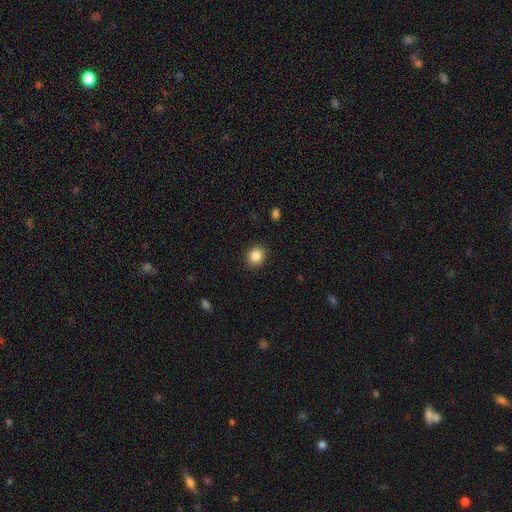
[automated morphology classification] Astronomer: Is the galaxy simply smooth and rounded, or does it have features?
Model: smooth — 86%.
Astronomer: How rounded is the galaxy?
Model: round — 73%.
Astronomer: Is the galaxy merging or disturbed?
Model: none — 90%.